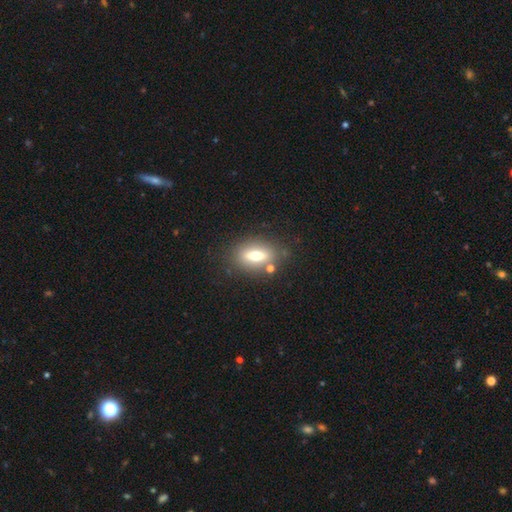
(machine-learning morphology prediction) smooth-or-featured: smooth: 56% | featured or disk: 34% | star or artifact: 10%
  how-rounded: in between: 73% | cigar-shaped: 14% | round: 13%
  merging: none: 78% | minor disturbance: 11% | merger: 6% | major disturbance: 5%